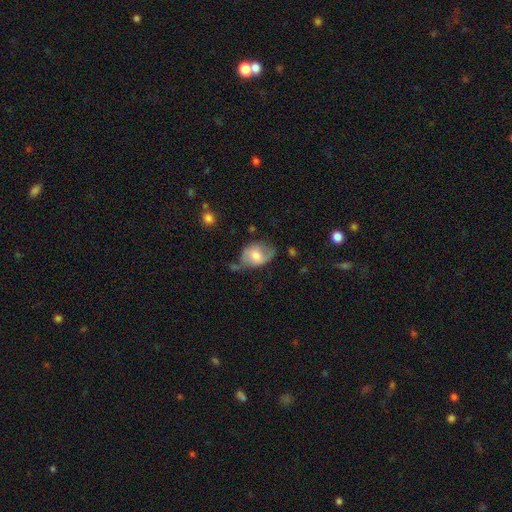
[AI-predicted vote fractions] Smooth or featured? smooth (53%)
How rounded? in between (72%)
Merging? none (45%)